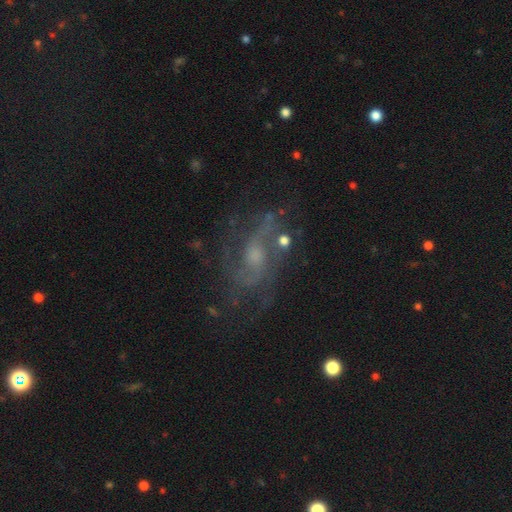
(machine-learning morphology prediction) type=featured or disk (79%); edge-on=no (95%); bar=no (52%); spiral arms=yes (89%); winding=medium (47%); arm count=2 (43%); bulge=small (45%); merging=none (65%).